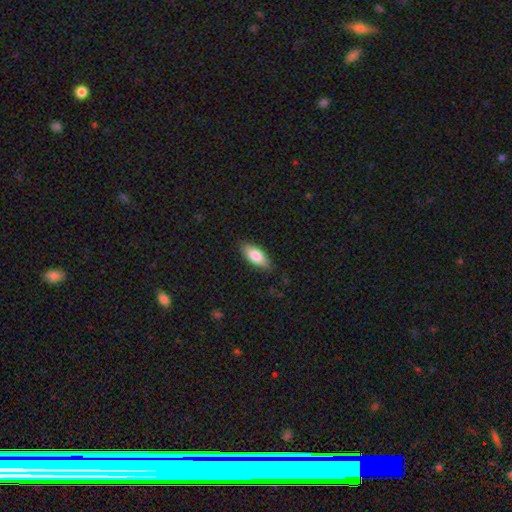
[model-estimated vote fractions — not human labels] smooth-or-featured: smooth: 82% | featured or disk: 12% | star or artifact: 6%
  how-rounded: in between: 82% | cigar-shaped: 15% | round: 2%
  merging: none: 83% | minor disturbance: 13% | major disturbance: 2% | merger: 1%